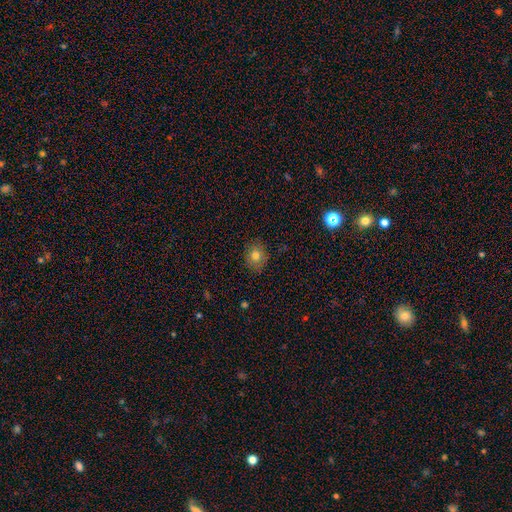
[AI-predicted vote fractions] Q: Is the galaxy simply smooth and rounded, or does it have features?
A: smooth — 77%.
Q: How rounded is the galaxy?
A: round — 67%.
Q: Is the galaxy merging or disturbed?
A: none — 85%.